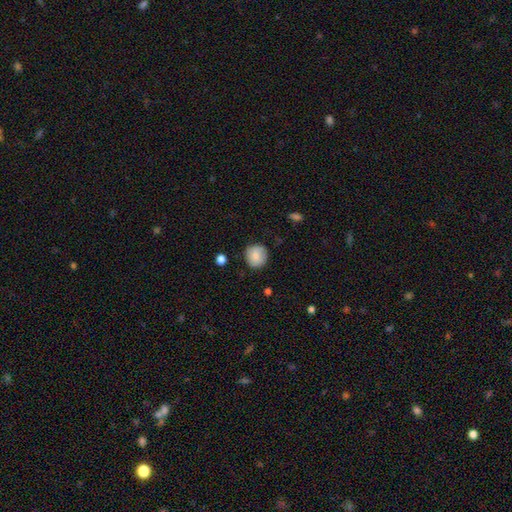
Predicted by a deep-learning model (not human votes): Q: Smooth or featured?
A: smooth (82%); runner-up: featured or disk (10%)
Q: How rounded?
A: round (90%); runner-up: in between (9%)
Q: Merging?
A: none (83%); runner-up: minor disturbance (13%)